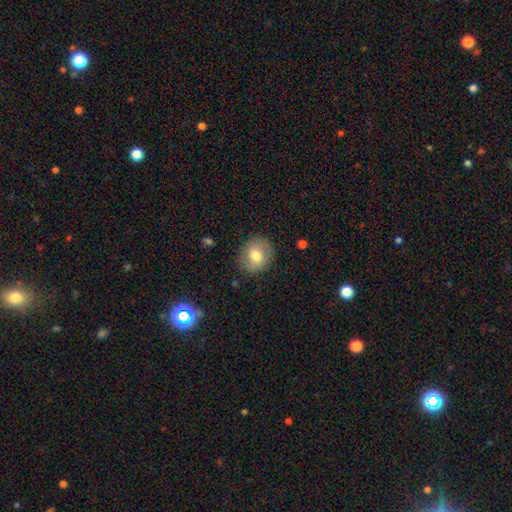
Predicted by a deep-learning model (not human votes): smooth_or_featured: smooth (p=0.71) [alt: featured or disk p=0.21]
how_rounded: round (p=0.74) [alt: in between p=0.25]
merging: none (p=0.84) [alt: minor disturbance p=0.12]